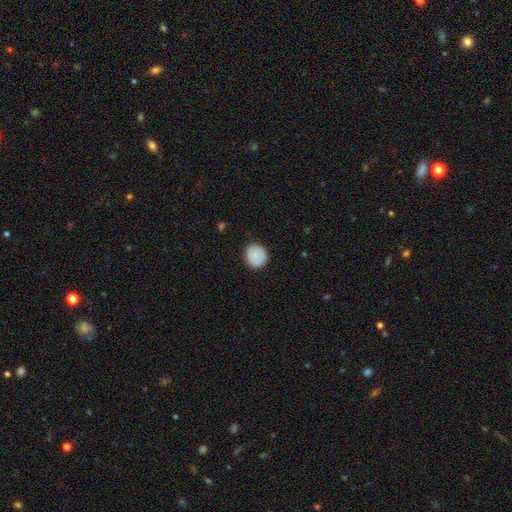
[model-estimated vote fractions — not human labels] Smooth or featured?
  - smooth: 80% *
  - featured or disk: 13%
  - star or artifact: 7%
How rounded?
  - round: 85% *
  - in between: 14%
  - cigar-shaped: 1%
Merging?
  - none: 85% *
  - minor disturbance: 11%
  - major disturbance: 2%
  - merger: 1%